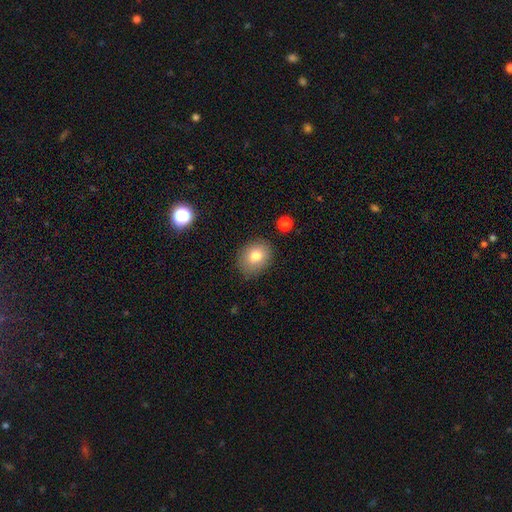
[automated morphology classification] Q: Smooth or featured?
A: smooth (79%); runner-up: featured or disk (11%)
Q: How rounded?
A: in between (50%); runner-up: round (49%)
Q: Merging?
A: none (83%); runner-up: minor disturbance (12%)